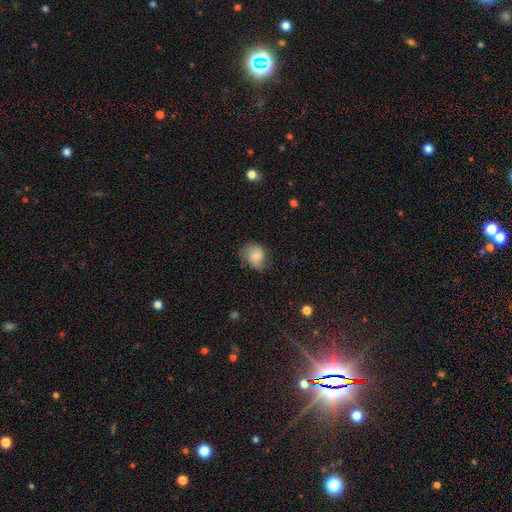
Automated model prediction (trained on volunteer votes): Morphology: type=smooth (72%); roundness=round (55%); merging=none (55%).